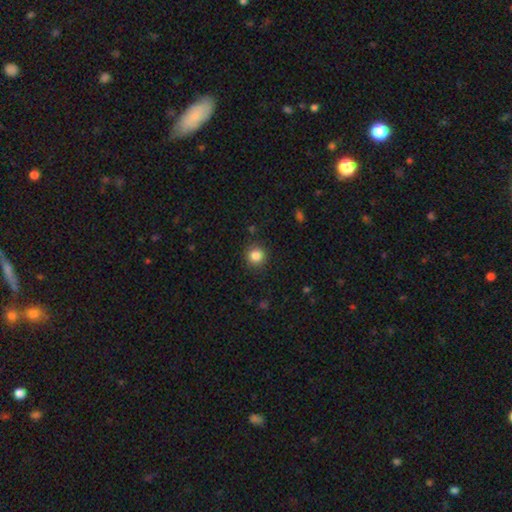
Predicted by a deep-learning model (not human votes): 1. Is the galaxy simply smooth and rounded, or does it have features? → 85% smooth, 10% star or artifact, 5% featured or disk.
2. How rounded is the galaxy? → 93% round, 6% in between, 1% cigar-shaped.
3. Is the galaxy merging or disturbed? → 89% none, 7% minor disturbance, 2% major disturbance, 1% merger.